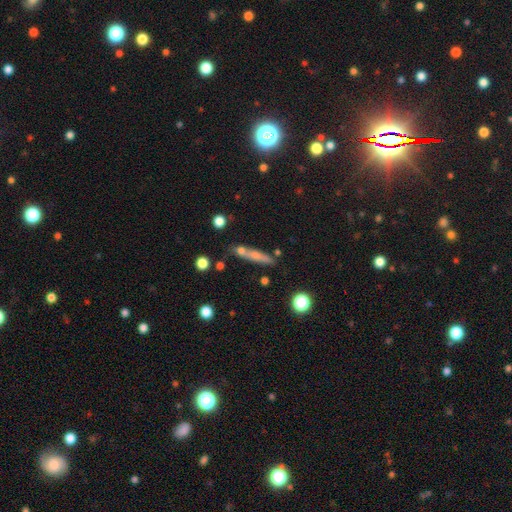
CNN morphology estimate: A smooth galaxy with no disk features (61%) that is cigar-shaped (86%).

Vote fractions:
- Smooth or featured? smooth: 61% / featured or disk: 30% / star or artifact: 9%
- How rounded? cigar-shaped: 86% / in between: 11% / round: 3%
- Merging? none: 66% / minor disturbance: 15% / merger: 15% / major disturbance: 5%